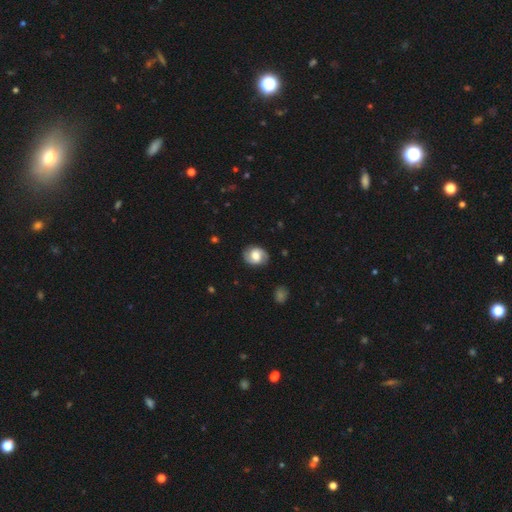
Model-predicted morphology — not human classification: type=featured or disk (55%); edge-on=no (97%); bar=no (47%); spiral arms=yes (87%); bulge=moderate (46%); merging=none (83%).